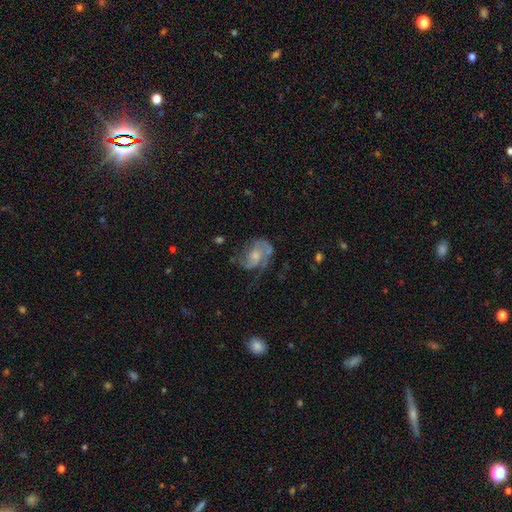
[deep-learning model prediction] Morphology: type=featured or disk (76%); edge-on=no (97%); bar=no (65%); spiral arms=yes (89%); winding=medium (46%); arm count=2 (57%); bulge=moderate (45%); merging=none (45%).